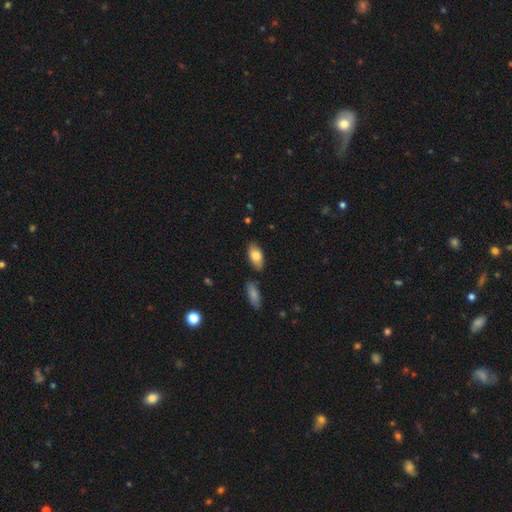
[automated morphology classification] The model was most divided on "smooth or featured": smooth: 80%, featured or disk: 14%, star or artifact: 6%. More confident: how rounded — in between (91%); merging — none (80%).